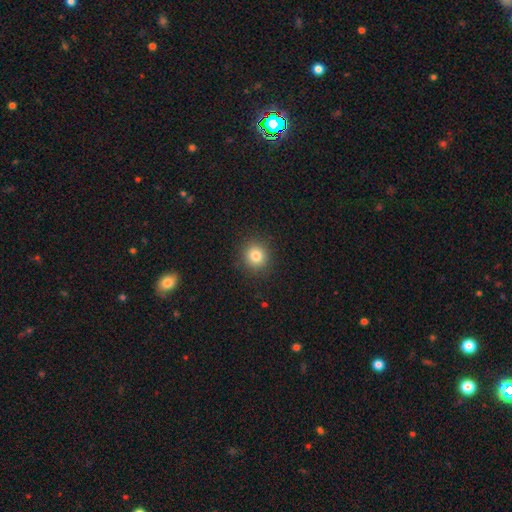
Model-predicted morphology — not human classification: A smooth galaxy with no disk features (82%) that is round (90%). Merging: none (90%).